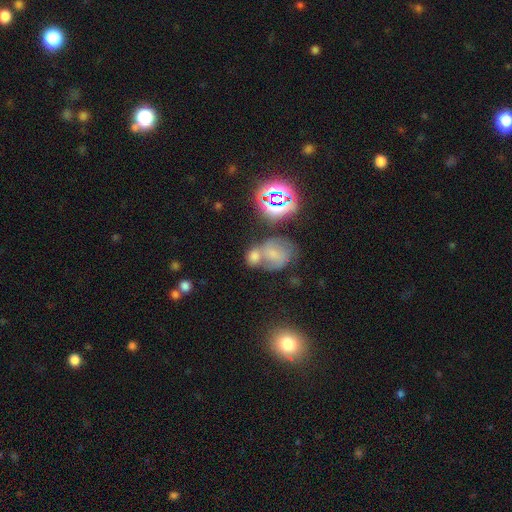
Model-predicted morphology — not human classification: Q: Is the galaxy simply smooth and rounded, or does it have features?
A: smooth — 53%.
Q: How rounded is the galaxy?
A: in between — 52%.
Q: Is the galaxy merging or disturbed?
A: merger — 51%.